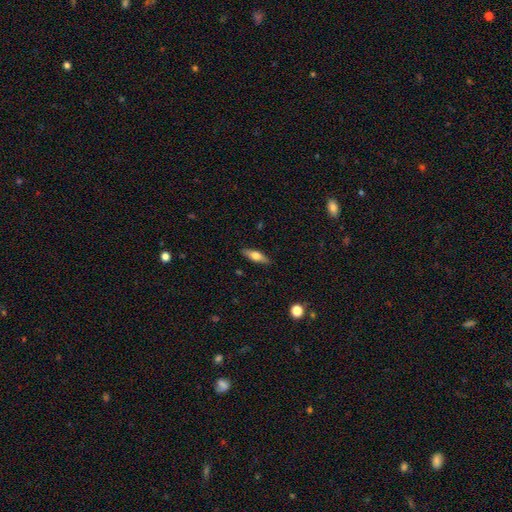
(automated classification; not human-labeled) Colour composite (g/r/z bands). It shows a smooth galaxy with no disk features (56%) that is cigar-shaped (51%). Merging: none (87%).